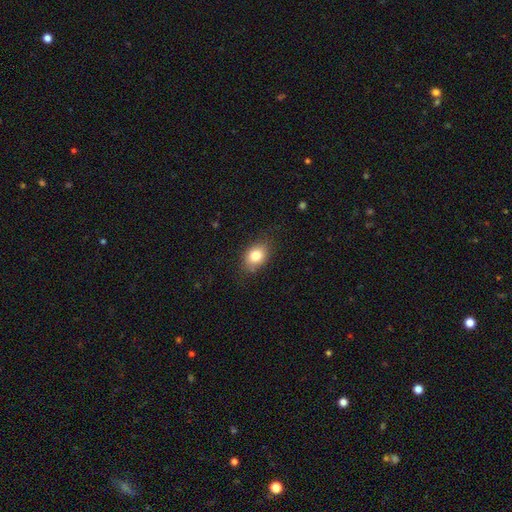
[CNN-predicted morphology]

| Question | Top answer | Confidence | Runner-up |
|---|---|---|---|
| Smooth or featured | smooth | 80% | featured or disk (10%) |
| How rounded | in between | 70% | round (29%) |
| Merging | none | 79% | minor disturbance (16%) |